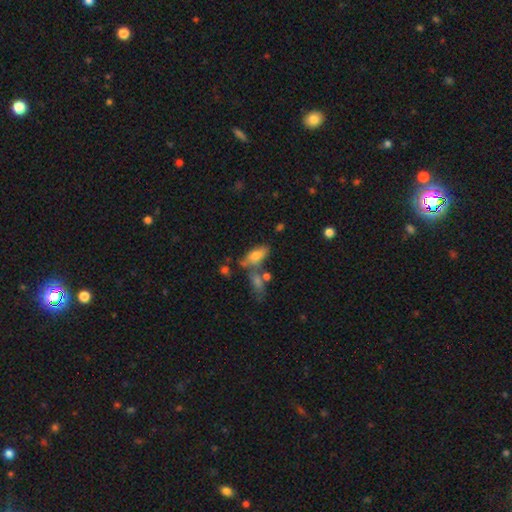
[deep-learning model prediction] Smooth or featured? smooth (70%)
How rounded? in between (80%)
Merging? none (46%)